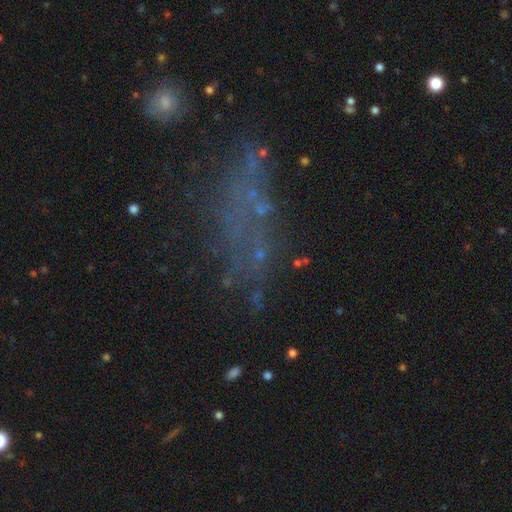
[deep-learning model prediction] The model was most divided on "smooth or featured": star or artifact: 47%, smooth: 27%, featured or disk: 26%.